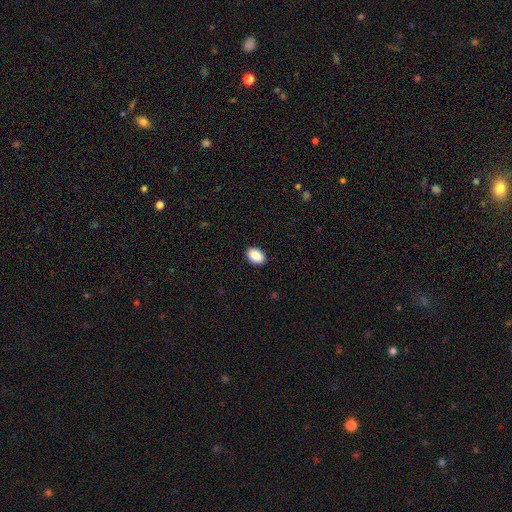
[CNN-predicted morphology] A smooth galaxy with no disk features (91%) that is in between round and cigar-shaped (86%).

Vote fractions:
- Smooth or featured? smooth: 91% / star or artifact: 7% / featured or disk: 2%
- How rounded? in between: 86% / round: 13% / cigar-shaped: 1%
- Merging? none: 89% / minor disturbance: 8% / major disturbance: 2% / merger: 1%